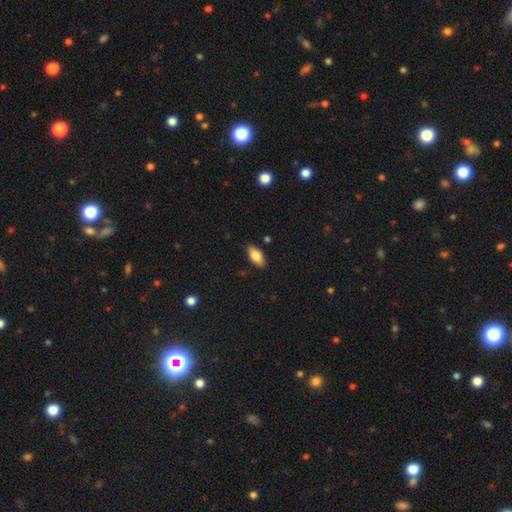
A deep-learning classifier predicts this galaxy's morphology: Smooth or featured: smooth — 80% (featured or disk — 13%)
How rounded: in between — 90% (cigar-shaped — 7%)
Merging: none — 86% (minor disturbance — 10%)